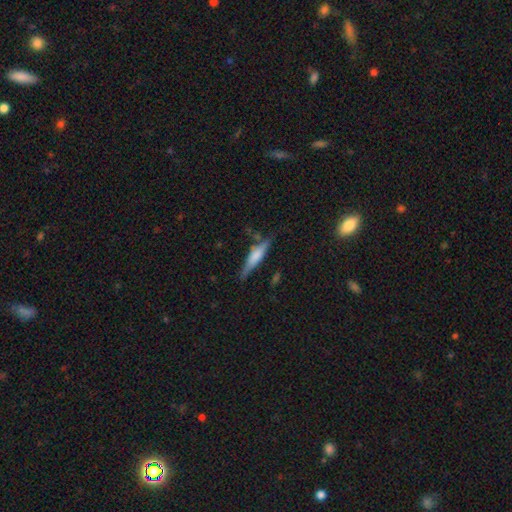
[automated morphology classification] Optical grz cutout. It shows a smooth galaxy with no disk features (55%) that is cigar-shaped (80%). Merging: none (70%).